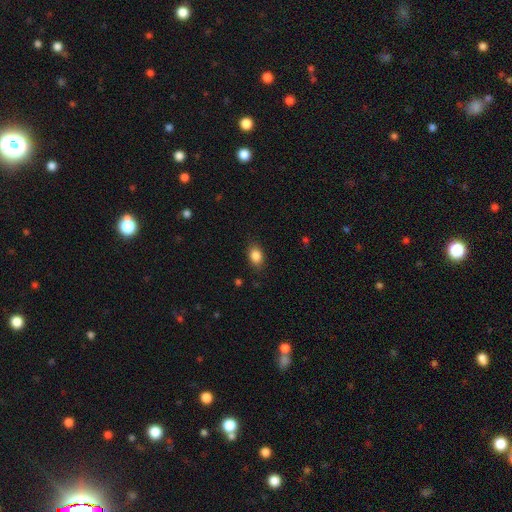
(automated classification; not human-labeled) smooth-or-featured: smooth: 86% | star or artifact: 8% | featured or disk: 5%
  how-rounded: in between: 76% | round: 22% | cigar-shaped: 2%
  merging: none: 83% | minor disturbance: 13% | major disturbance: 3% | merger: 1%